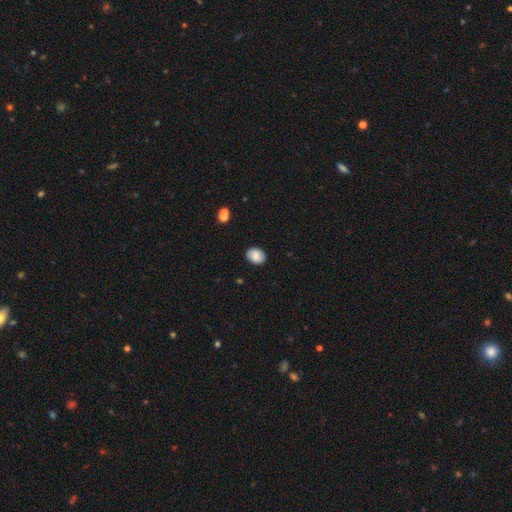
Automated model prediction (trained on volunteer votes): A smooth galaxy with no disk features (78%) that is in between round and cigar-shaped (60%). Merging: none (88%).